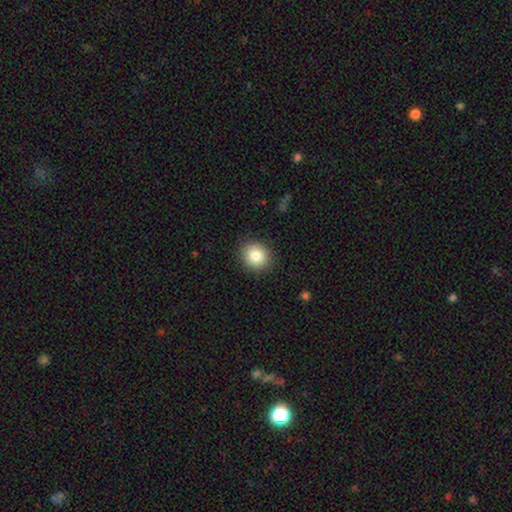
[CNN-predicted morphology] Smooth or featured?
  - smooth: 84% *
  - star or artifact: 9%
  - featured or disk: 7%
How rounded?
  - round: 77% *
  - in between: 22%
  - cigar-shaped: 1%
Merging?
  - none: 89% *
  - minor disturbance: 8%
  - major disturbance: 2%
  - merger: 1%